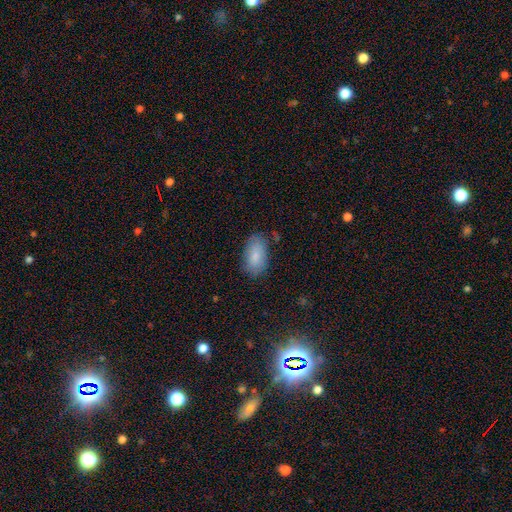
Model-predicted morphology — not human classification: A smooth galaxy with no disk features (85%) that is in between round and cigar-shaped (94%). Merging: none (78%).